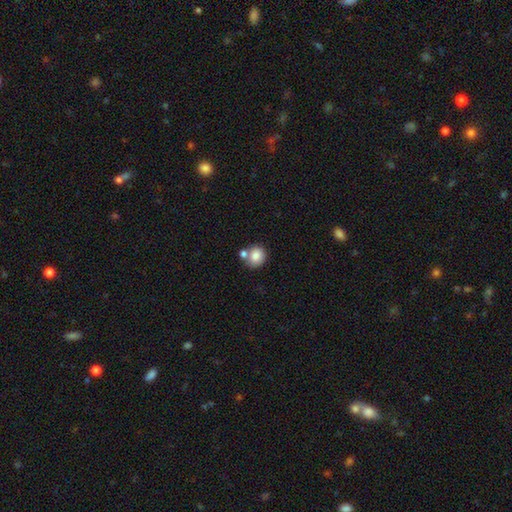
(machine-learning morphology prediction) type=smooth (81%); roundness=round (81%); merging=none (54%).